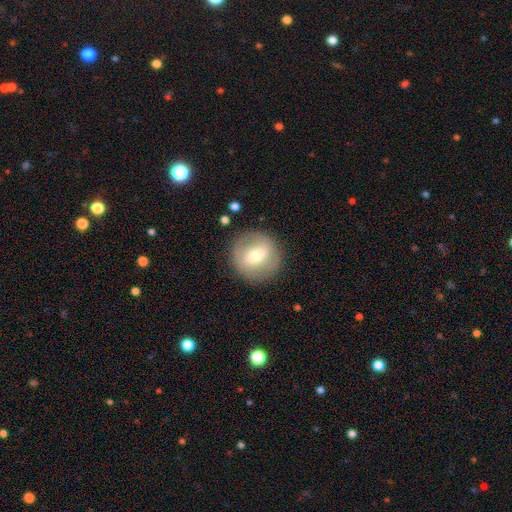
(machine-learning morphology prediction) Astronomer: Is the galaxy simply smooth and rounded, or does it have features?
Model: smooth — 55% (runner-up: featured or disk, 37%).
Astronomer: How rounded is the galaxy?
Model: round — 91%.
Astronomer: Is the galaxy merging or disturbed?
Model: none — 86%.